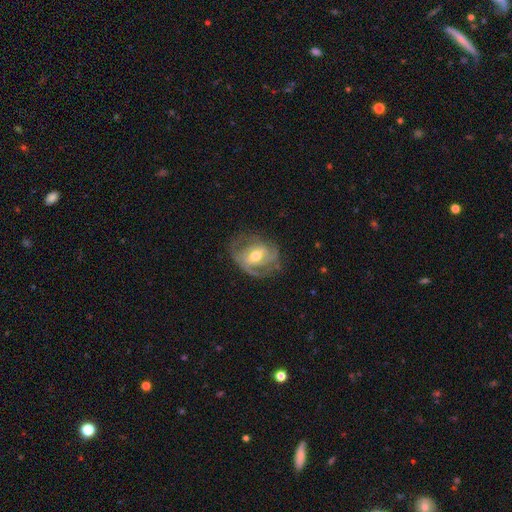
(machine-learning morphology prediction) featured or disk 78%, smooth 16%, star or artifact 6%. Down the decision tree: edge-on disk — no (96%); bar — weak (43%); spiral arms — yes (82%); spiral arm count — 2 (45%); spiral winding — tight (43%); bulge size — moderate (73%); merging — none (61%).